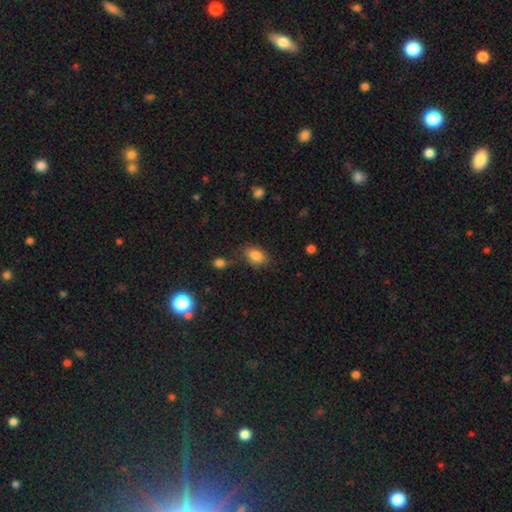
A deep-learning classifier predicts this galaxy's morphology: Smooth or featured? Predicted: smooth (p=0.84). How rounded? Predicted: in between (p=0.87). Merging? Predicted: none (p=0.75).